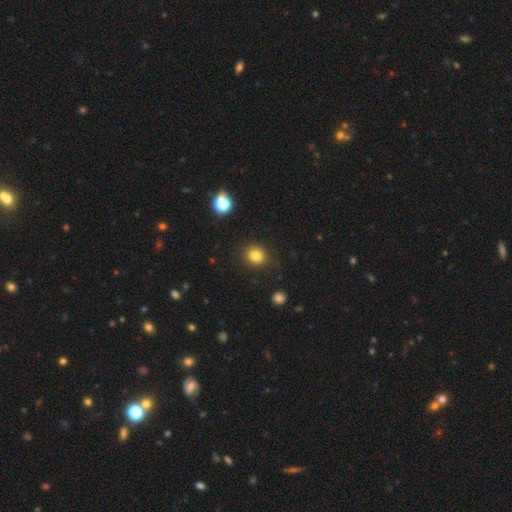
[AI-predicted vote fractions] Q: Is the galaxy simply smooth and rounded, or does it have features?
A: smooth — 83%.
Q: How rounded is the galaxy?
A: round — 76%.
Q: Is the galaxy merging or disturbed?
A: none — 87%.